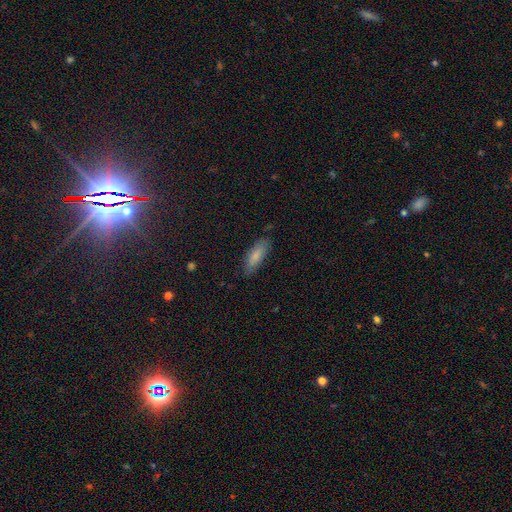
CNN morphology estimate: smooth-or-featured: smooth: 81% | featured or disk: 12% | star or artifact: 6%
  how-rounded: in between: 64% | cigar-shaped: 35% | round: 2%
  merging: none: 81% | minor disturbance: 15% | major disturbance: 3% | merger: 1%